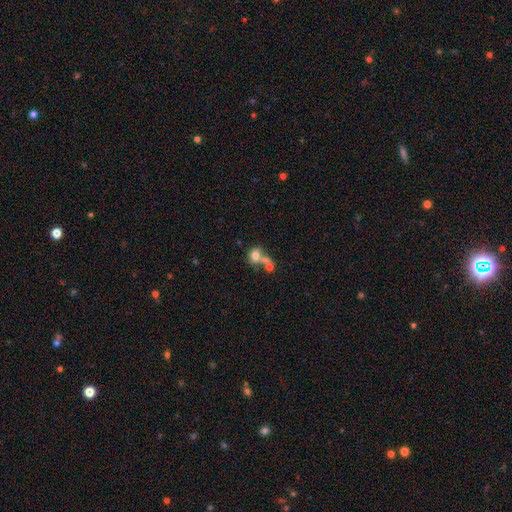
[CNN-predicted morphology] This is likely a smooth galaxy (69%). How rounded: likely round (63%). Merging: possibly merger (53%).